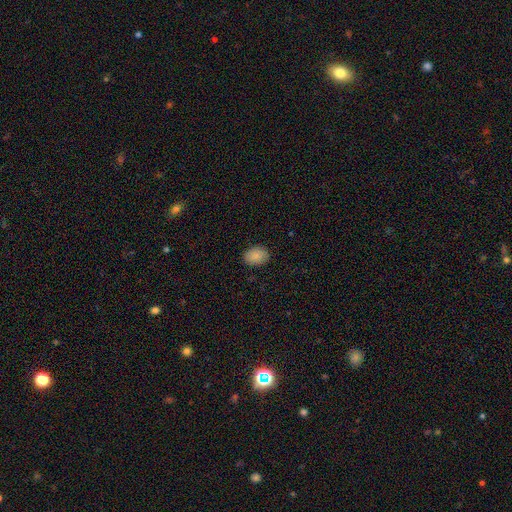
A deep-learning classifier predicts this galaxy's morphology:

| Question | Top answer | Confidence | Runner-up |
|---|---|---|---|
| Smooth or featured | smooth | 88% | star or artifact (8%) |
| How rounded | in between | 74% | round (25%) |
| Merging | none | 88% | minor disturbance (9%) |